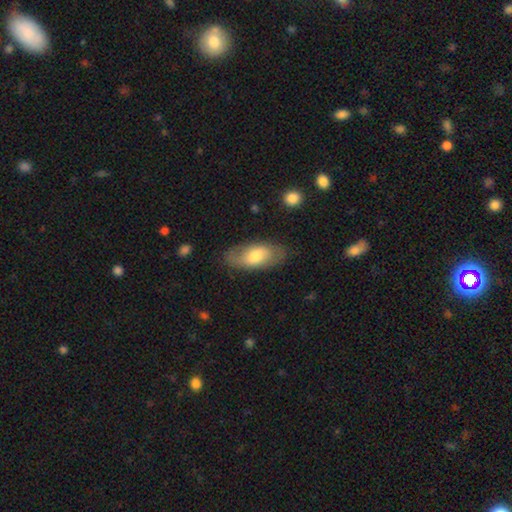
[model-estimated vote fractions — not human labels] Smooth or featured? smooth (61%)
How rounded? in between (90%)
Merging? none (78%)